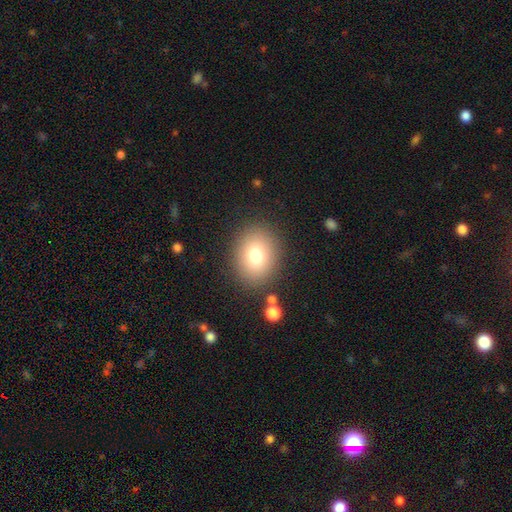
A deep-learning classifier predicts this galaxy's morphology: smooth-or-featured: smooth: 77% | star or artifact: 12% | featured or disk: 12%
  how-rounded: round: 50% | in between: 49% | cigar-shaped: 1%
  merging: none: 85% | minor disturbance: 9% | major disturbance: 4% | merger: 3%